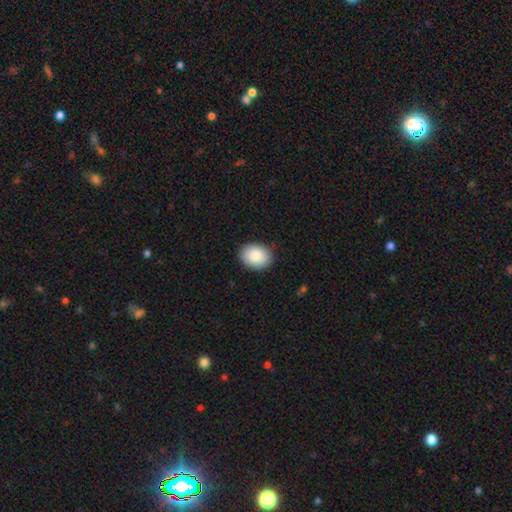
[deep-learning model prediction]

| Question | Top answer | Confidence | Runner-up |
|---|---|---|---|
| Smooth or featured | smooth | 89% | star or artifact (7%) |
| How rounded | in between | 66% | round (33%) |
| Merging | none | 89% | minor disturbance (8%) |